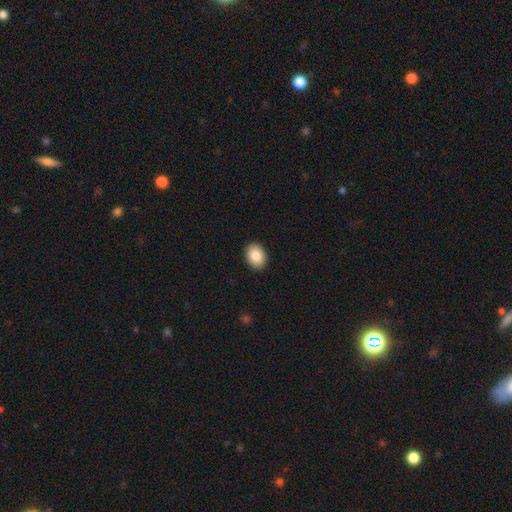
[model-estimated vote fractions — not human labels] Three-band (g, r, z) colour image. It shows a smooth galaxy with no disk features (87%) that is in between round and cigar-shaped (76%). Merging: none (91%).